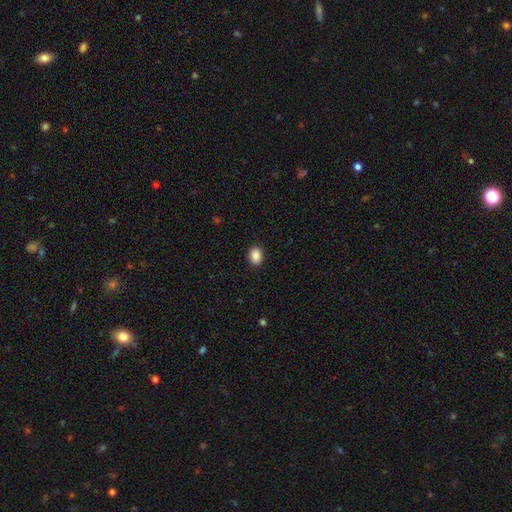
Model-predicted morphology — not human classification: Smooth or featured?
  - smooth: 89% *
  - star or artifact: 8%
  - featured or disk: 3%
How rounded?
  - in between: 64% *
  - round: 35%
  - cigar-shaped: 1%
Merging?
  - none: 90% *
  - minor disturbance: 7%
  - major disturbance: 2%
  - merger: 1%